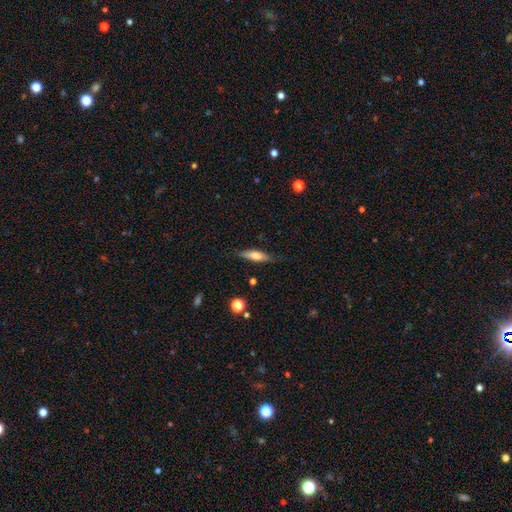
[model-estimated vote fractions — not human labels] This appears to be a smooth galaxy with no disk features (60%) that is cigar-shaped (64%). Merging: none (79%).